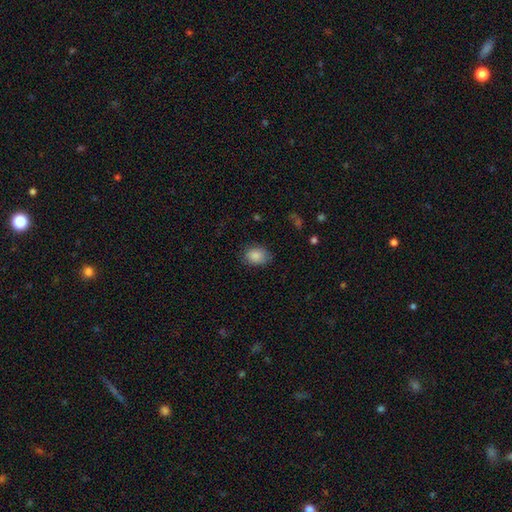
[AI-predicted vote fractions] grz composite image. It shows a smooth galaxy with no disk features (87%) that is in between round and cigar-shaped (66%). Merging: none (79%).